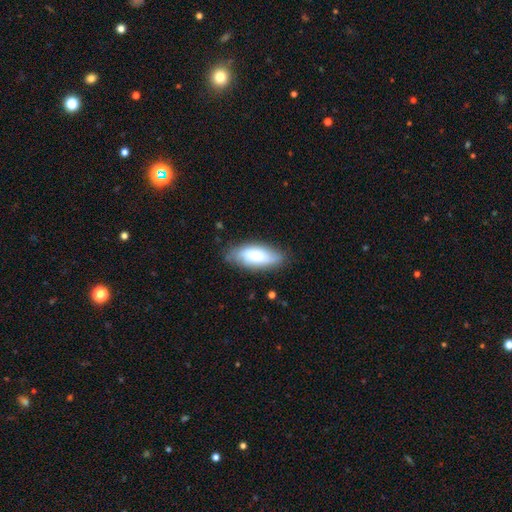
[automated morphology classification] The model was most divided on "smooth or featured": smooth: 61%, featured or disk: 32%, star or artifact: 7%. More confident: how rounded — in between (81%); merging — none (75%).